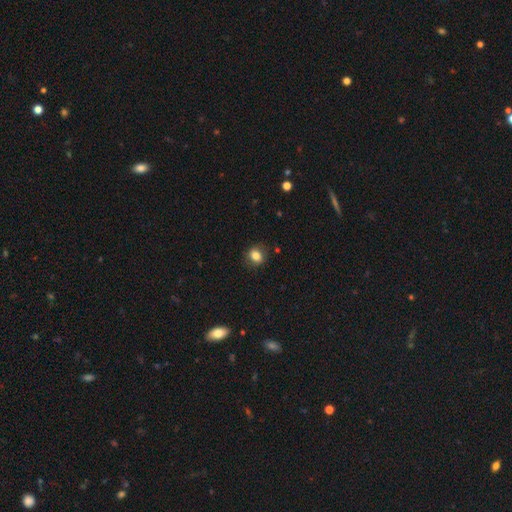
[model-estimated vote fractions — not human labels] A smooth galaxy with no disk features (81%) that is round (60%). Merging: none (84%).